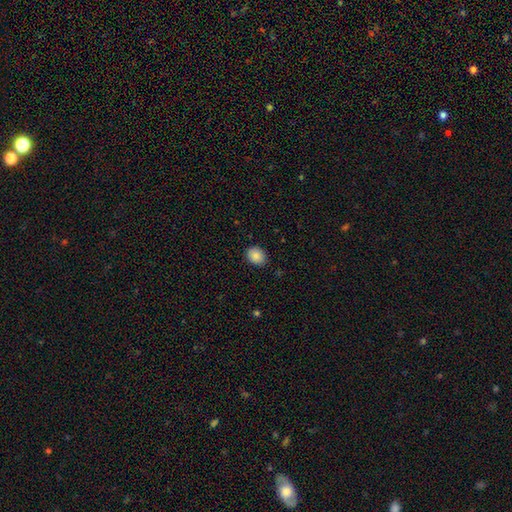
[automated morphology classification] smooth_or_featured: smooth (p=0.86) [alt: star or artifact p=0.08]
how_rounded: round (p=0.52) [alt: in between p=0.47]
merging: none (p=0.87) [alt: minor disturbance p=0.10]